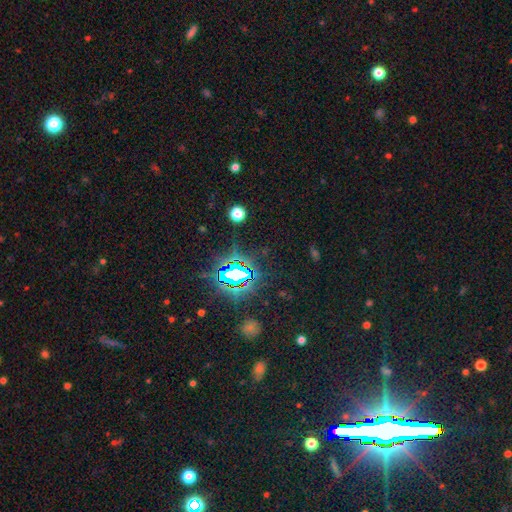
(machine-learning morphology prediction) A star or artifact, not a galaxy (83%).